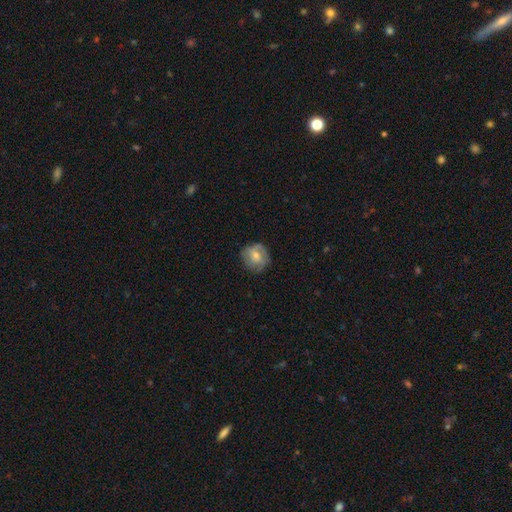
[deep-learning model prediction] Smooth or featured? smooth (56%)
How rounded? round (84%)
Merging? none (72%)